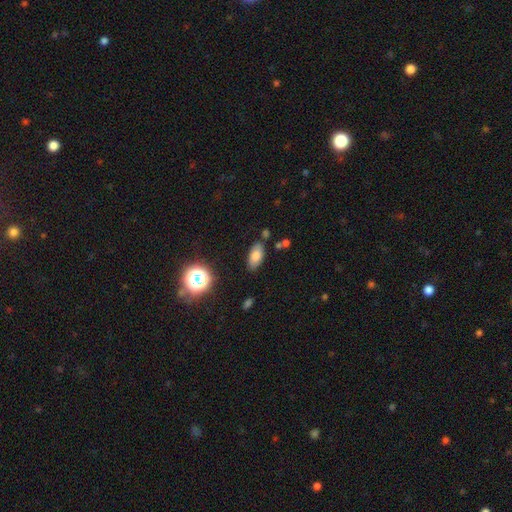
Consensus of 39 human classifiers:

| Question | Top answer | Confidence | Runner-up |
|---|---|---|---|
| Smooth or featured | smooth | 90% | featured or disk (10%) |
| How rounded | in between | 91% | round (9%) |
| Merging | none | 77% | minor disturbance (18%) |